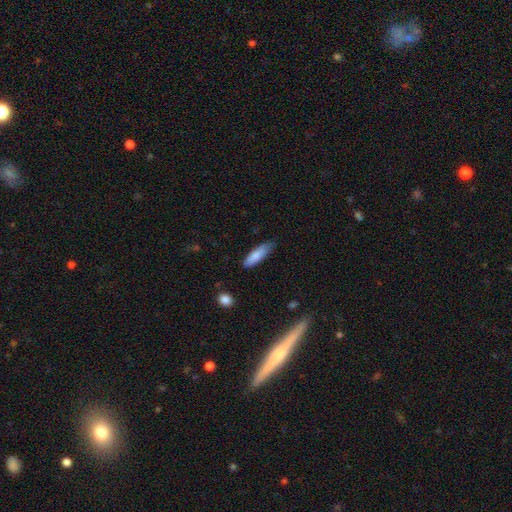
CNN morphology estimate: Smooth or featured? smooth (81%)
How rounded? cigar-shaped (54%)
Merging? none (73%)